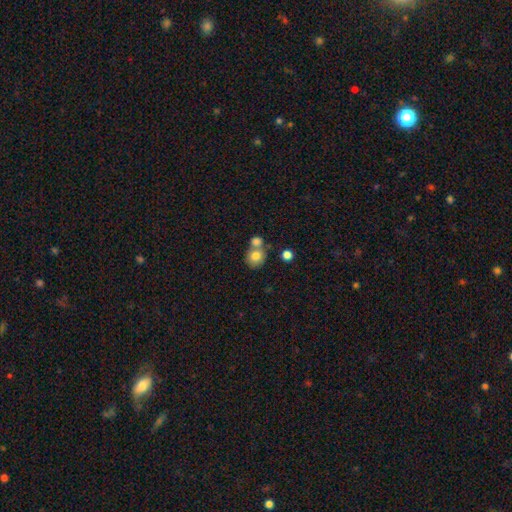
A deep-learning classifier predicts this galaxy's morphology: type=smooth (79%); roundness=round (77%); merging=merger (45%).